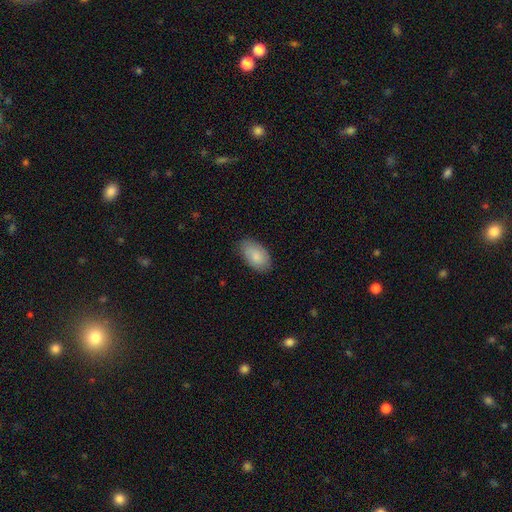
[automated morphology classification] type=smooth (85%); roundness=in between (94%); merging=none (80%).